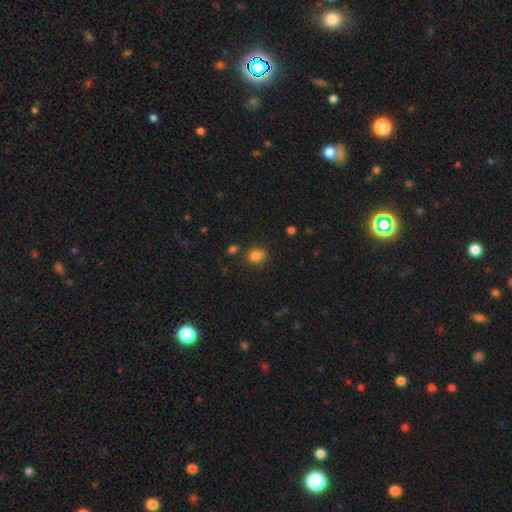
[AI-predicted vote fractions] smooth-or-featured: smooth: 80% | star or artifact: 13% | featured or disk: 7%
  how-rounded: round: 68% | in between: 31% | cigar-shaped: 1%
  merging: none: 68% | minor disturbance: 19% | merger: 8% | major disturbance: 5%